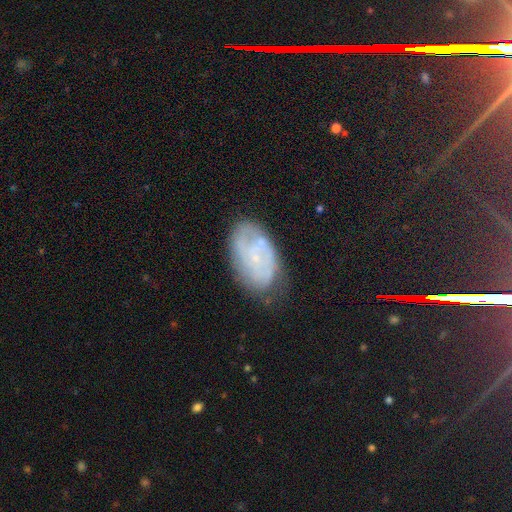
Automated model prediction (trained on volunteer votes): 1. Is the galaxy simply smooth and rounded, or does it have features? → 62% featured or disk, 28% smooth, 10% star or artifact.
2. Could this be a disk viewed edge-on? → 95% no, 5% yes.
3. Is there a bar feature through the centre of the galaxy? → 71% no, 24% weak, 5% strong.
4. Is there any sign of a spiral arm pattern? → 74% yes, 26% no.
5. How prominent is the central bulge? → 78% small, 10% none, 10% moderate, 1% large, 1% dominant.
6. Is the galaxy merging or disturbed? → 68% none, 22% minor disturbance, 7% major disturbance, 2% merger.